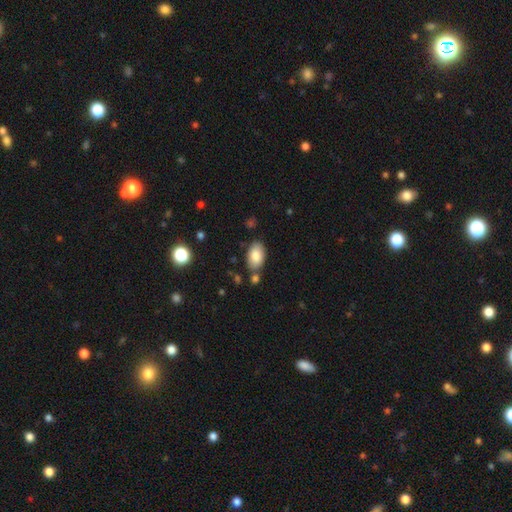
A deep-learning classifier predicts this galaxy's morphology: Smooth or featured? smooth (84%)
How rounded? in between (93%)
Merging? none (76%)